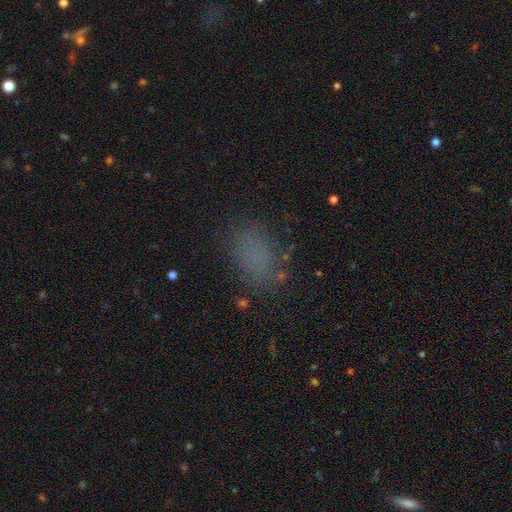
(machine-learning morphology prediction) This is likely a smooth galaxy (73%). How rounded: clearly in between (82%). Merging: likely none (73%).